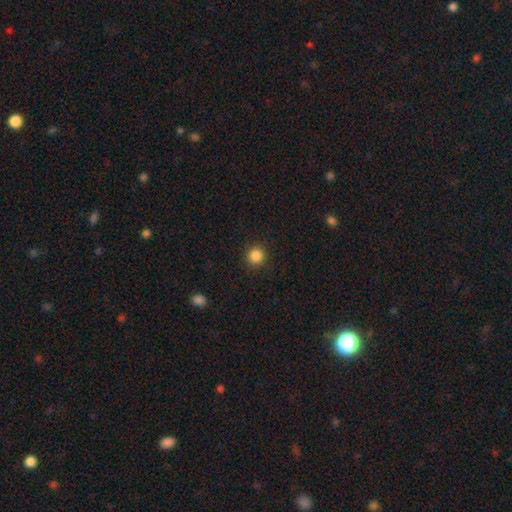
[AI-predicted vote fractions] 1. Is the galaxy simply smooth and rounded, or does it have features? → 86% smooth, 11% star or artifact, 3% featured or disk.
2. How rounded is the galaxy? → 93% round, 6% in between, 1% cigar-shaped.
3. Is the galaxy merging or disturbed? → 91% none, 6% minor disturbance, 2% major disturbance, 1% merger.